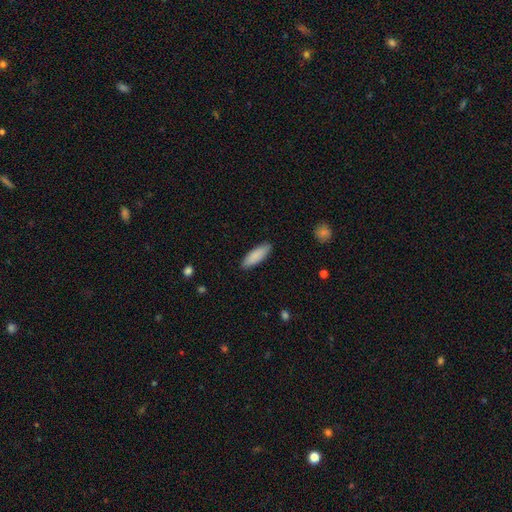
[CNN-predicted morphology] smooth-or-featured: smooth: 88% | featured or disk: 7% | star or artifact: 5%
  how-rounded: in between: 59% | cigar-shaped: 39% | round: 2%
  merging: none: 88% | minor disturbance: 9% | major disturbance: 2% | merger: 1%